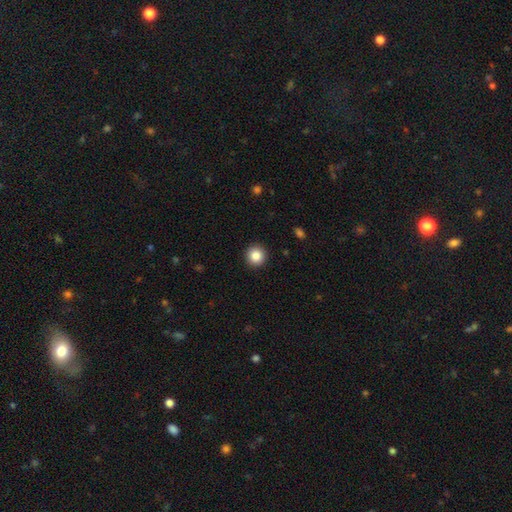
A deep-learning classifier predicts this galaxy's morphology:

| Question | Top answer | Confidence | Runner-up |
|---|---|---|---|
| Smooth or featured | smooth | 86% | star or artifact (10%) |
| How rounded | round | 95% | in between (4%) |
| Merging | none | 93% | minor disturbance (5%) |